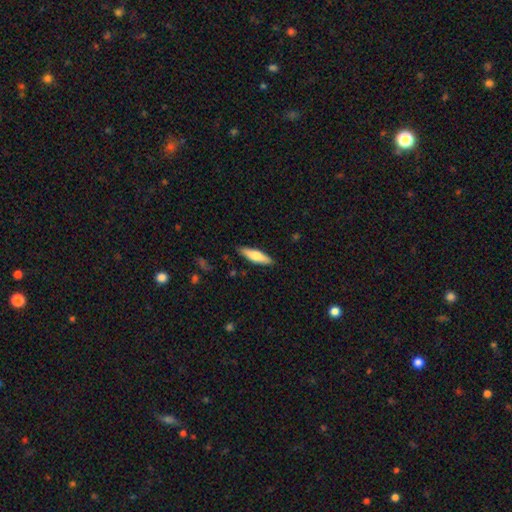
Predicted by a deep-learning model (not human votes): smooth 66%, featured or disk 29%, star or artifact 5%. Down the decision tree: how rounded — cigar-shaped (61%); merging — none (88%).